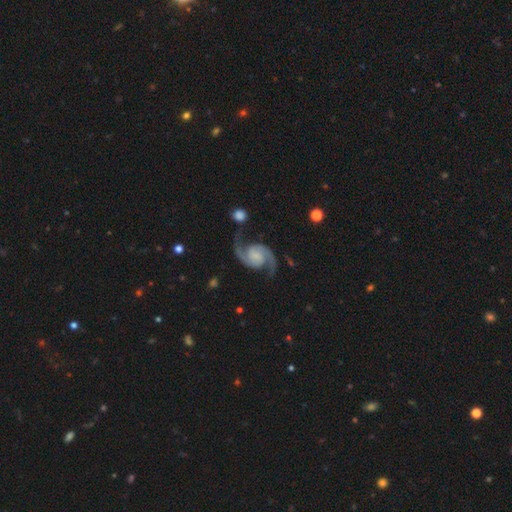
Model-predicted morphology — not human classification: This is clearly a featured or disk galaxy (93%). It is clearly not viewed edge-on (98%). Bar: likely no (62%). Spiral arm pattern: clearly yes (98%). Spiral arm count: clearly 2 (95%). Spiral winding: possibly medium (47%). Central bulge: possibly none (45%). Merging: likely none (77%).